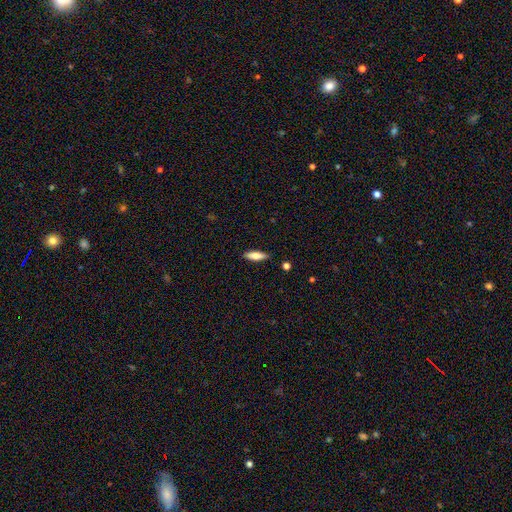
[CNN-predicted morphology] Smooth or featured? smooth (70%)
How rounded? cigar-shaped (53%)
Merging? none (87%)